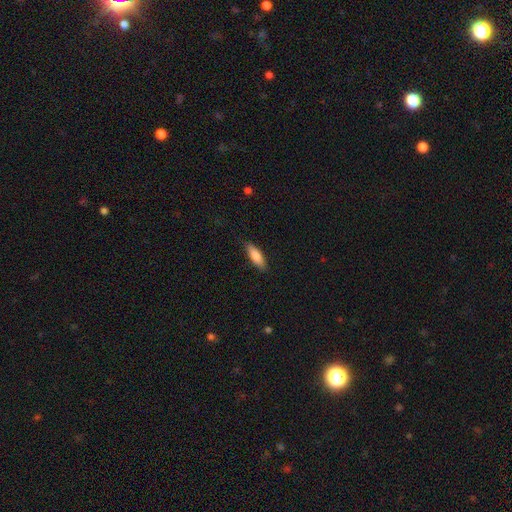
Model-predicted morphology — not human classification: A smooth galaxy with no disk features (83%) that is in between round and cigar-shaped (57%). Merging: none (84%).